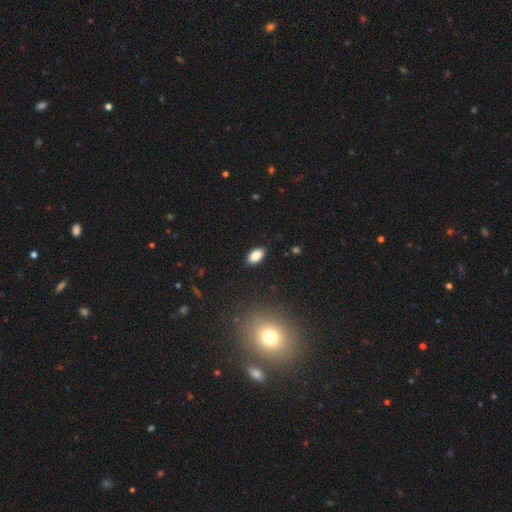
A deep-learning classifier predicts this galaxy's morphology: Smooth or featured?
  - smooth: 86% *
  - star or artifact: 8%
  - featured or disk: 6%
How rounded?
  - in between: 92% *
  - round: 4%
  - cigar-shaped: 3%
Merging?
  - none: 88% *
  - minor disturbance: 9%
  - major disturbance: 2%
  - merger: 1%